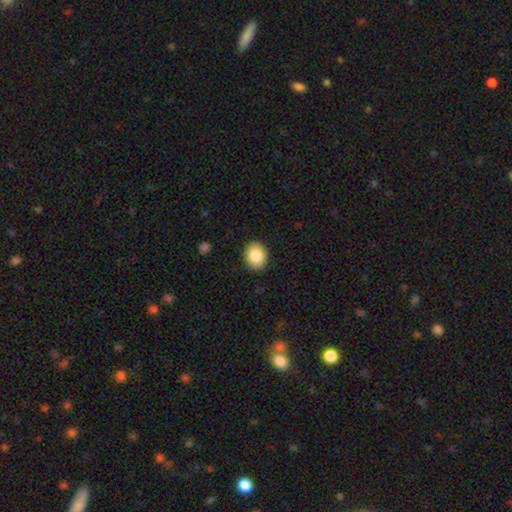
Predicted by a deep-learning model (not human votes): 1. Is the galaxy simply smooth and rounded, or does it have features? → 86% smooth, 8% star or artifact, 6% featured or disk.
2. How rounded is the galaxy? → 50% round, 49% in between, 1% cigar-shaped.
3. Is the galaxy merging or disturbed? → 90% none, 7% minor disturbance, 2% major disturbance, 1% merger.